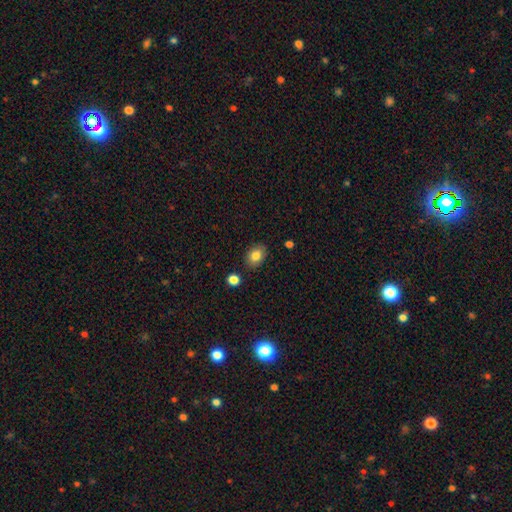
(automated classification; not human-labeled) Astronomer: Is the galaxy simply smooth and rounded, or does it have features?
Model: smooth — 83%.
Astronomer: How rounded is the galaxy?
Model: in between — 68%.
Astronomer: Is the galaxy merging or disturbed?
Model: none — 85%.